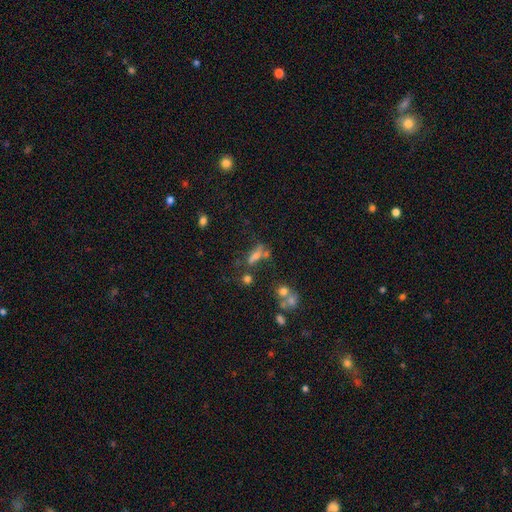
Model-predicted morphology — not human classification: This appears to be a smooth galaxy with no disk features (44%). Merging: none (47%).